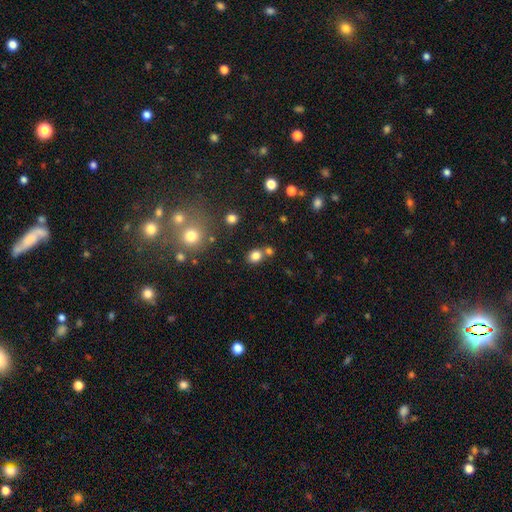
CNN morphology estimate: Q: Smooth or featured?
A: smooth (81%); runner-up: star or artifact (13%)
Q: How rounded?
A: round (60%); runner-up: in between (39%)
Q: Merging?
A: none (67%); runner-up: merger (19%)